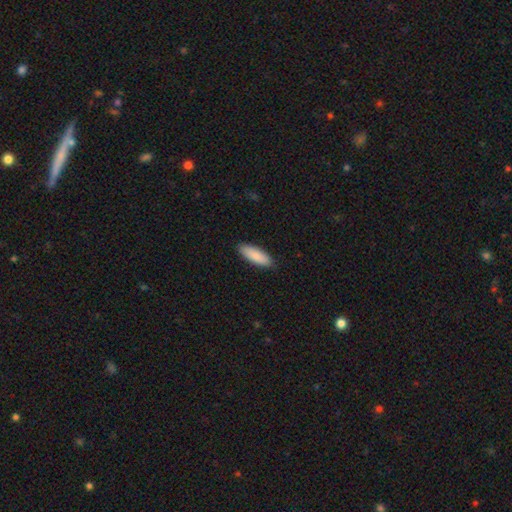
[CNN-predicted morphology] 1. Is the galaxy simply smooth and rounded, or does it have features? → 87% smooth, 7% featured or disk, 5% star or artifact.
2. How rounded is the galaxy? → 61% in between, 38% cigar-shaped, 2% round.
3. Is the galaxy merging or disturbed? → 89% none, 9% minor disturbance, 2% major disturbance, 1% merger.